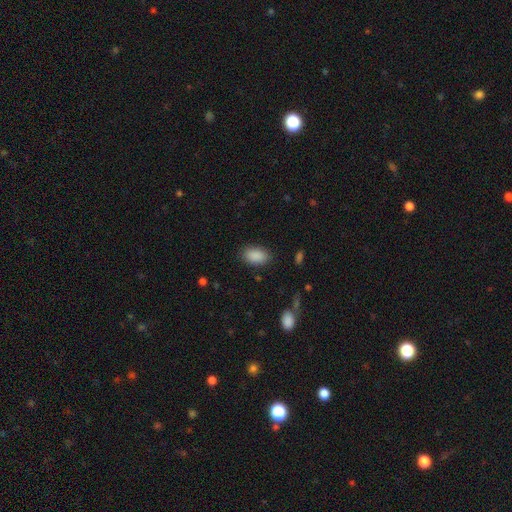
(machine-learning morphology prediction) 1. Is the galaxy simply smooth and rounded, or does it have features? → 89% smooth, 7% star or artifact, 3% featured or disk.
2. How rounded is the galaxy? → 92% in between, 6% round, 2% cigar-shaped.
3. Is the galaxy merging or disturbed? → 86% none, 10% minor disturbance, 3% major disturbance, 1% merger.